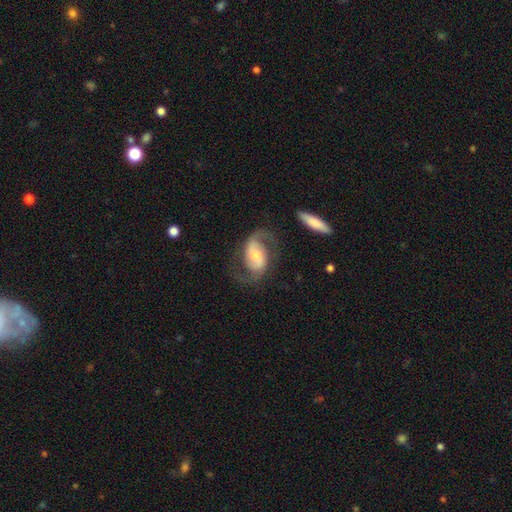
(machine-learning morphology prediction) Smooth or featured: featured or disk — 82% (smooth — 12%)
Edge-on disk: no — 96% (yes — 4%)
Bar: weak — 42% (no — 32%)
Spiral arms: yes — 95% (no — 5%)
Spiral winding: medium — 47% (loose — 39%)
Spiral arm count: 2 — 89% (1 — 5%)
Bulge size: moderate — 55% (small — 34%)
Merging: none — 67% (minor disturbance — 16%)